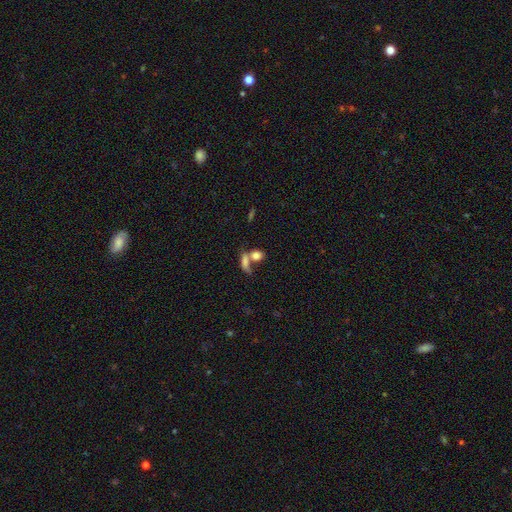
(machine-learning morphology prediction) smooth_or_featured: smooth (p=0.78) [alt: featured or disk p=0.11]
how_rounded: in between (p=0.59) [alt: round p=0.35]
merging: merger (p=0.49) [alt: none p=0.35]